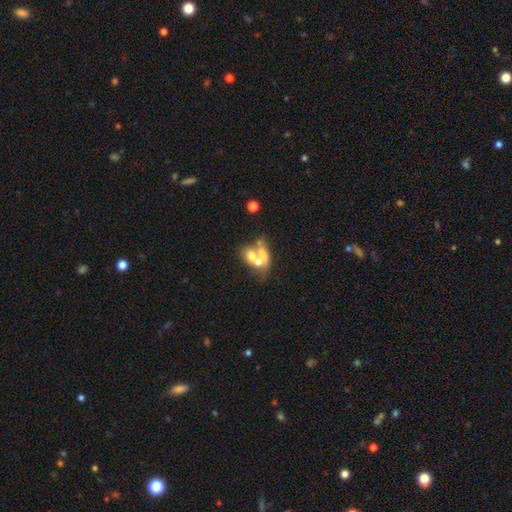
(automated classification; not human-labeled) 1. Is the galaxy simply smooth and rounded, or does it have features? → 51% smooth, 36% featured or disk, 13% star or artifact.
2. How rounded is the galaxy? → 62% in between, 35% round, 3% cigar-shaped.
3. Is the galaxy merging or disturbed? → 64% merger, 20% none, 9% major disturbance, 8% minor disturbance.